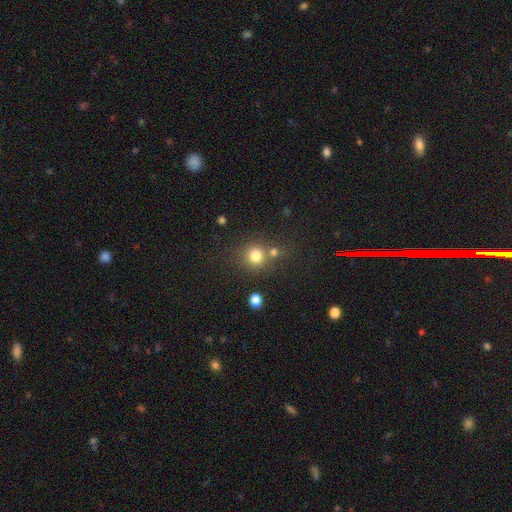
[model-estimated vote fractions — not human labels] This is likely a smooth galaxy (79%). How rounded: clearly round (90%). Merging: likely none (64%).